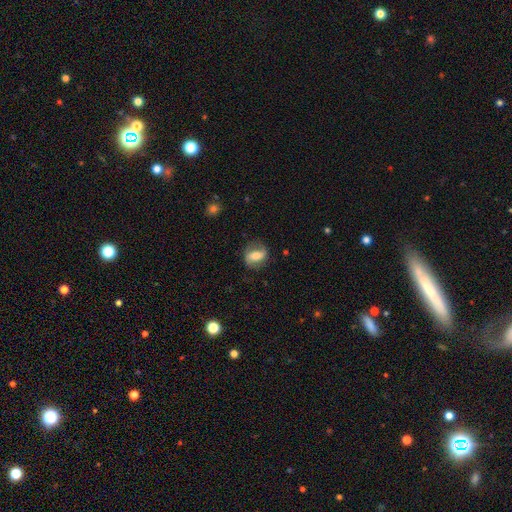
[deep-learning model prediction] Smooth or featured: featured or disk — 49% (smooth — 43%)
Merging: none — 74% (minor disturbance — 17%)